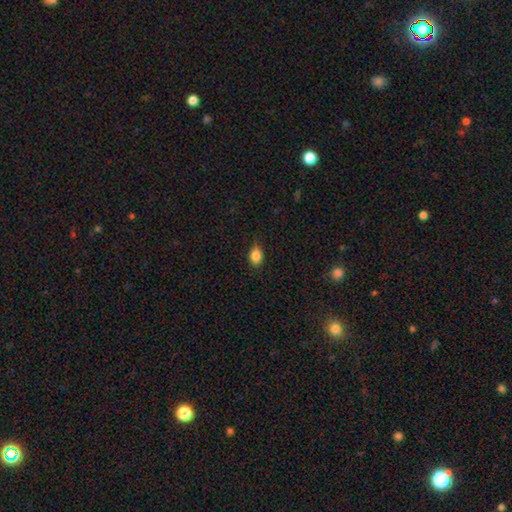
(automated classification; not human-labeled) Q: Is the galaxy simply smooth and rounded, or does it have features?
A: smooth — 85%.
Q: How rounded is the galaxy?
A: in between — 71%.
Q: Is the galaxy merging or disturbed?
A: none — 81%.